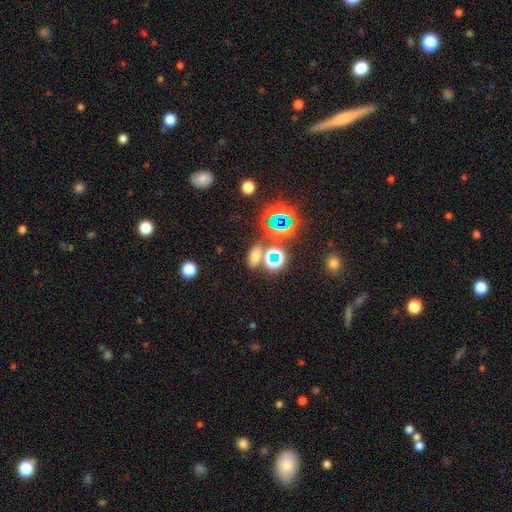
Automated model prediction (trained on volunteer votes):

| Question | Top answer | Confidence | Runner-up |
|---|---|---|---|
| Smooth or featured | smooth | 55% | star or artifact (35%) |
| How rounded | in between | 79% | round (14%) |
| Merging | none | 69% | merger (15%) |